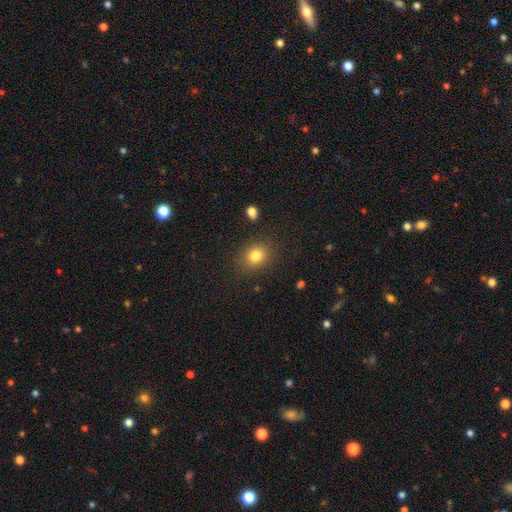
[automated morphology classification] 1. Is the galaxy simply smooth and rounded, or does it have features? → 81% smooth, 11% star or artifact, 7% featured or disk.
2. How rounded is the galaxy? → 55% round, 44% in between, 1% cigar-shaped.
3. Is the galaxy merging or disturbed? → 84% none, 10% minor disturbance, 4% major disturbance, 2% merger.